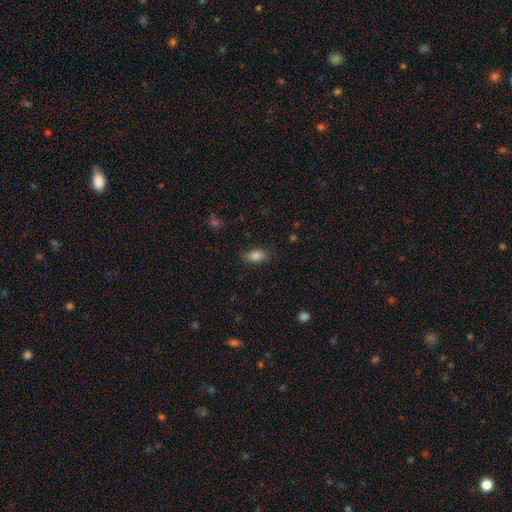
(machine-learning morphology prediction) Smooth or featured?
  - smooth: 85% *
  - star or artifact: 9%
  - featured or disk: 6%
How rounded?
  - in between: 89% *
  - round: 6%
  - cigar-shaped: 5%
Merging?
  - none: 80% *
  - minor disturbance: 15%
  - major disturbance: 3%
  - merger: 1%